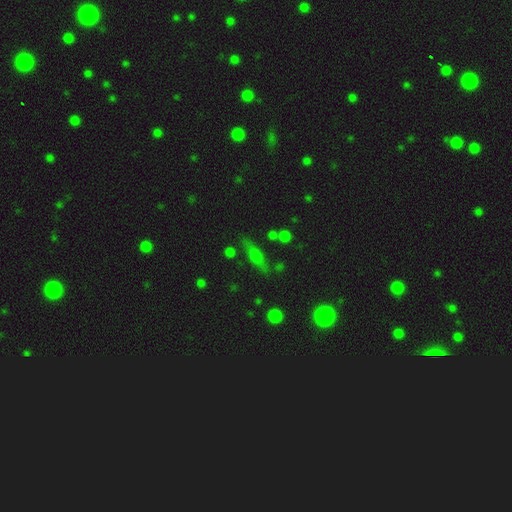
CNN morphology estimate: Smooth or featured? Predicted: smooth (p=0.51). How rounded? Predicted: cigar-shaped (p=0.48). Merging? Predicted: none (p=0.73).